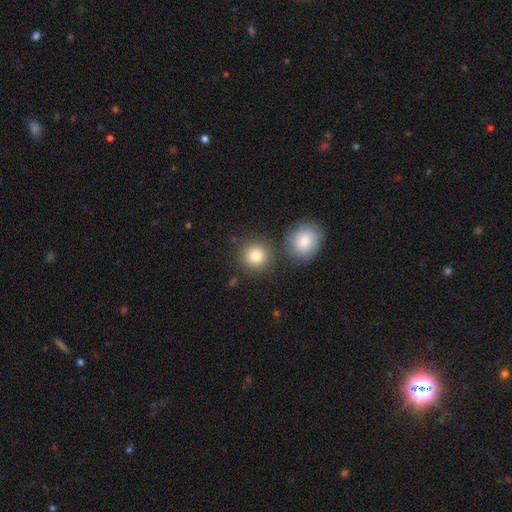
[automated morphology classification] smooth-or-featured: smooth: 84% | star or artifact: 9% | featured or disk: 7%
  how-rounded: round: 91% | in between: 8% | cigar-shaped: 1%
  merging: none: 76% | merger: 13% | minor disturbance: 8% | major disturbance: 3%